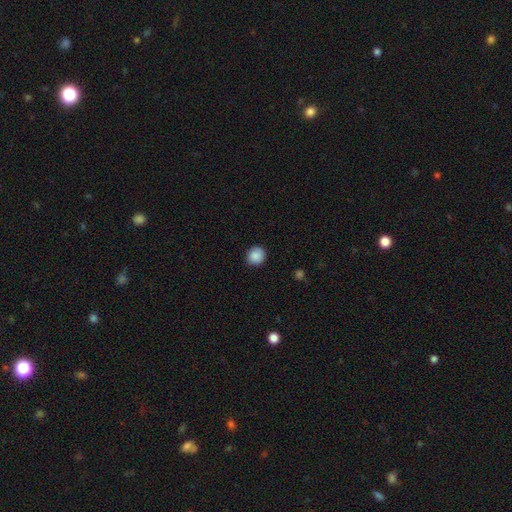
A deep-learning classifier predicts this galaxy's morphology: smooth 88%, star or artifact 9%, featured or disk 3%. Down the decision tree: how rounded — round (88%); merging — none (90%).